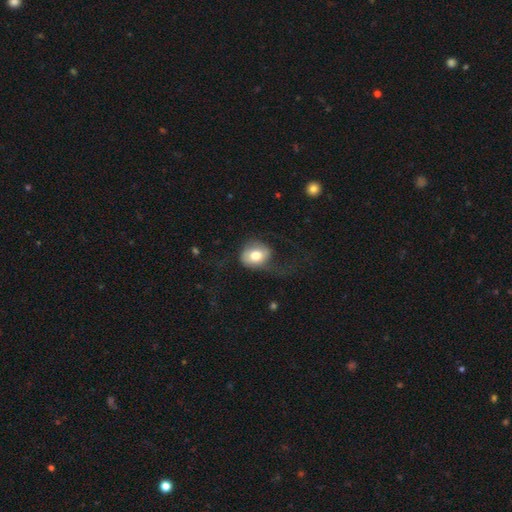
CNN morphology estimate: A smooth galaxy with no disk features (72%) that is round (64%).

Vote fractions:
- Smooth or featured? smooth: 72% / featured or disk: 20% / star or artifact: 8%
- How rounded? round: 64% / in between: 35% / cigar-shaped: 1%
- Merging? none: 40% / major disturbance: 36% / minor disturbance: 22% / merger: 2%